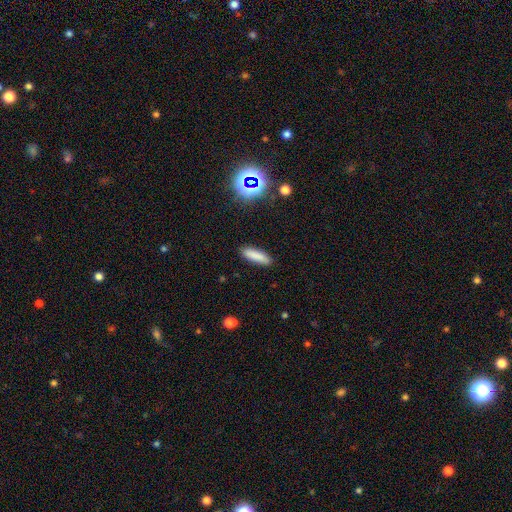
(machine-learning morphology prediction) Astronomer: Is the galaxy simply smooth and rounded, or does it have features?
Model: smooth — 83%.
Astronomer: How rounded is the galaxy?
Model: cigar-shaped — 65%.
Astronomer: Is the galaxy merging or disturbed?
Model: none — 89%.